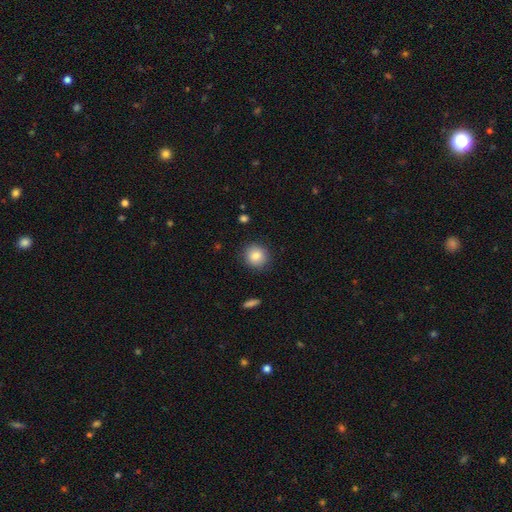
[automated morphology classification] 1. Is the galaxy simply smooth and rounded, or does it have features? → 85% smooth, 9% star or artifact, 7% featured or disk.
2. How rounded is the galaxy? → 87% round, 12% in between, 1% cigar-shaped.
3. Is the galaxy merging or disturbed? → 89% none, 8% minor disturbance, 2% major disturbance, 1% merger.